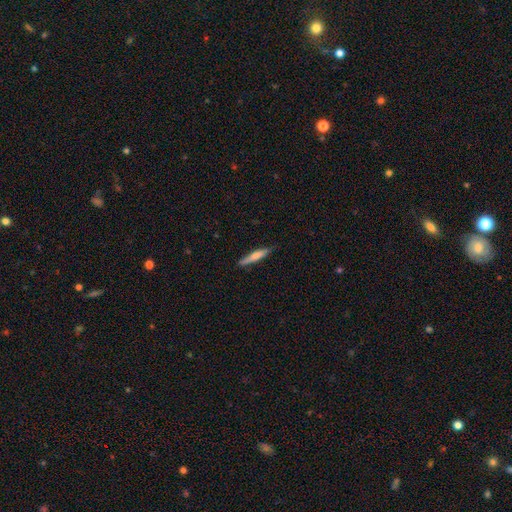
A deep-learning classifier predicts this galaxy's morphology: A smooth galaxy with no disk features (58%) that is cigar-shaped (91%).

Vote fractions:
- Smooth or featured? smooth: 58% / featured or disk: 37% / star or artifact: 6%
- How rounded? cigar-shaped: 91% / in between: 7% / round: 1%
- Merging? none: 86% / minor disturbance: 11% / major disturbance: 2% / merger: 1%